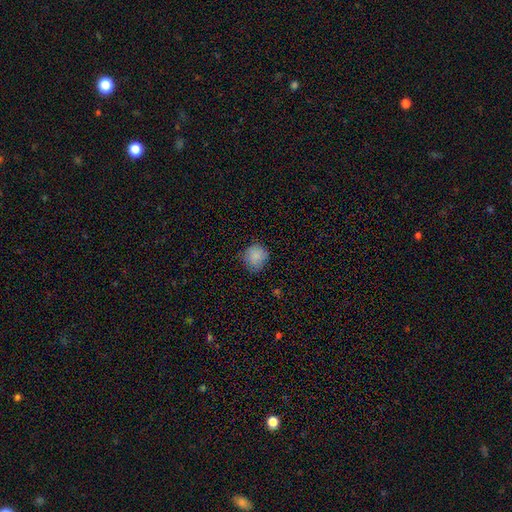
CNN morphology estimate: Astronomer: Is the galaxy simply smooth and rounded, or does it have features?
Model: smooth — 83%.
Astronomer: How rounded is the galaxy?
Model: round — 88%.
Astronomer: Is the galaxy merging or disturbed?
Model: none — 76%.